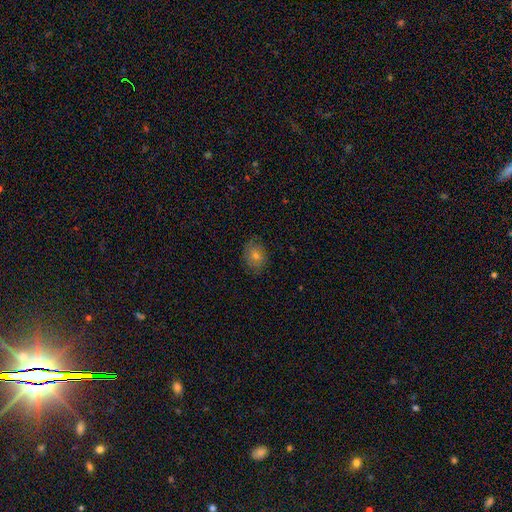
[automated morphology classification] This appears to be a smooth galaxy with no disk features (52%) that is in between round and cigar-shaped (56%). Merging: none (79%).